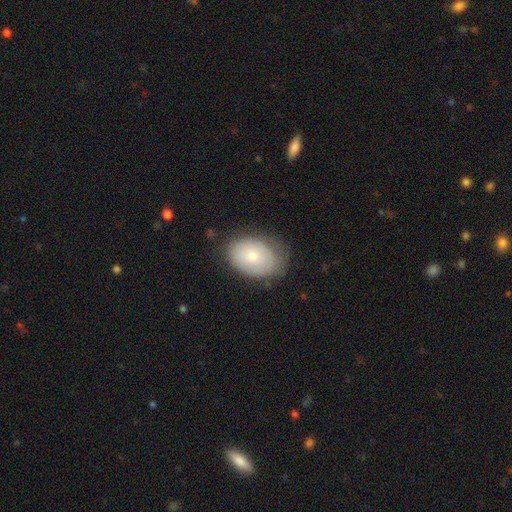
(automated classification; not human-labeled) Overall: smooth (63%; featured or disk 28%). How rounded: in between (84%). Merging: none (73%).